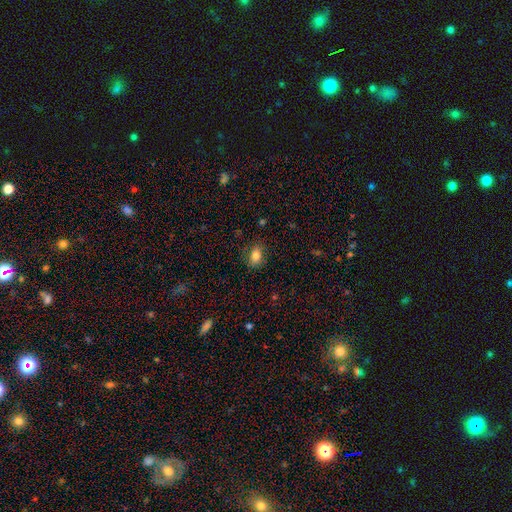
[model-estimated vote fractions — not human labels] Q: Smooth or featured?
A: smooth (83%); runner-up: star or artifact (9%)
Q: How rounded?
A: in between (79%); runner-up: round (19%)
Q: Merging?
A: none (83%); runner-up: minor disturbance (13%)